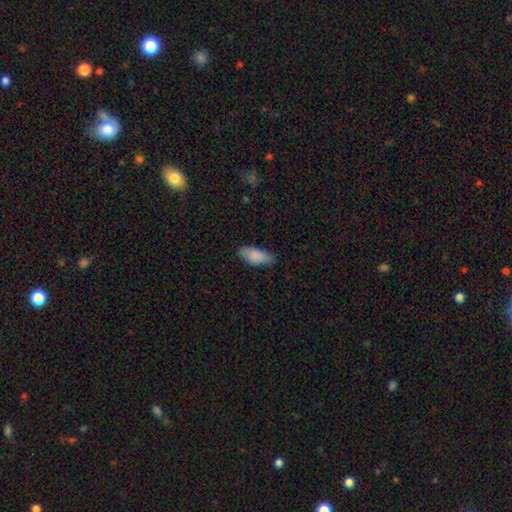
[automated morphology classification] Q: Smooth or featured?
A: smooth (87%); runner-up: featured or disk (8%)
Q: How rounded?
A: in between (82%); runner-up: cigar-shaped (17%)
Q: Merging?
A: none (77%); runner-up: minor disturbance (19%)